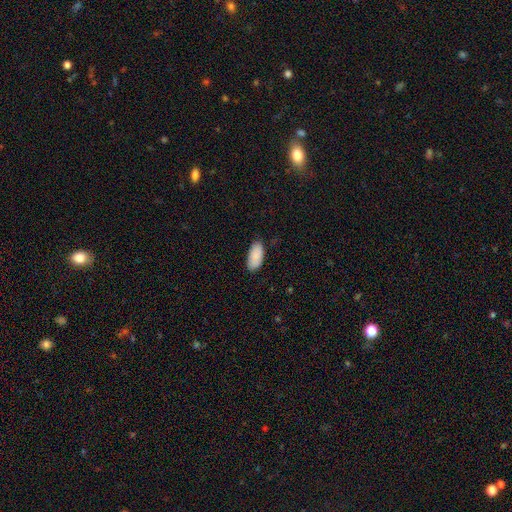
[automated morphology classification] A smooth galaxy with no disk features (89%) that is in between round and cigar-shaped (93%). Merging: none (81%).